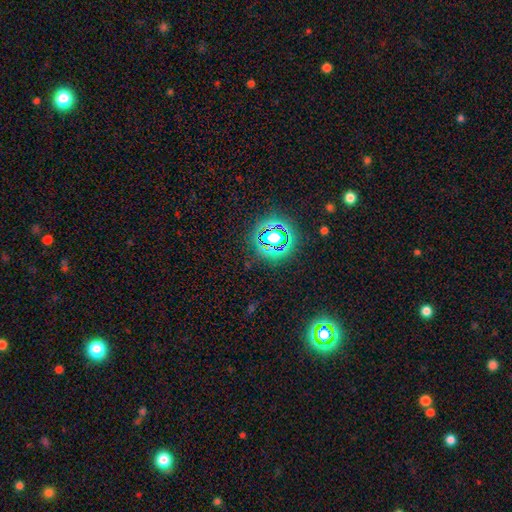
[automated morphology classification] Smooth or featured: star or artifact — 78% (smooth — 14%)